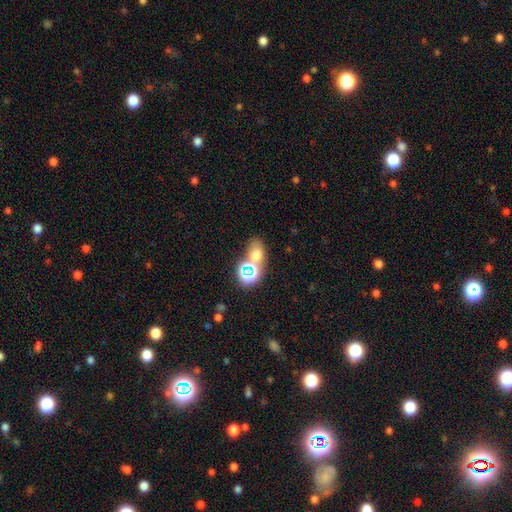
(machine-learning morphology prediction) Smooth or featured? smooth (57%)
How rounded? in between (65%)
Merging? none (51%)